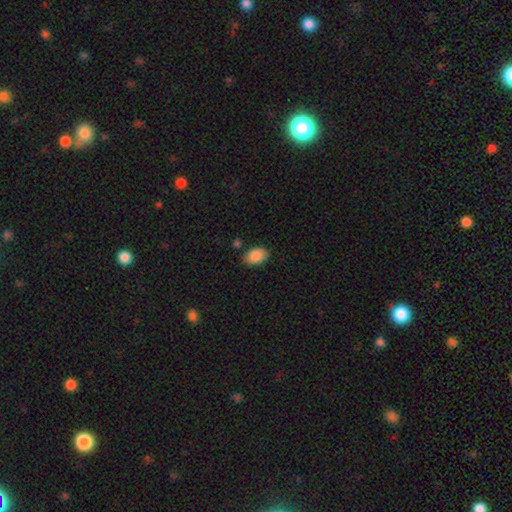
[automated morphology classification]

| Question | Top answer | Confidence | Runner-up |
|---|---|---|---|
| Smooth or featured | smooth | 89% | star or artifact (7%) |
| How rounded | in between | 87% | round (12%) |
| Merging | none | 82% | minor disturbance (13%) |